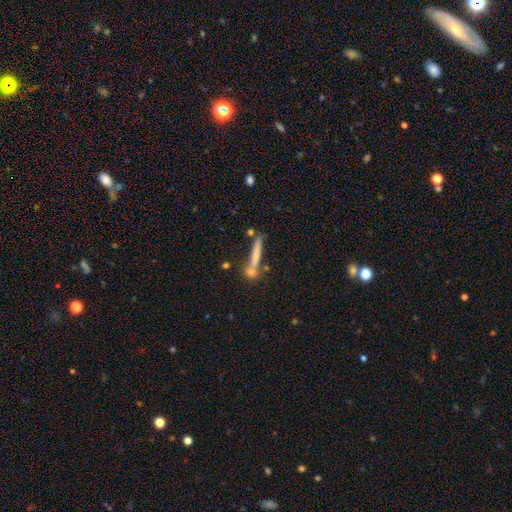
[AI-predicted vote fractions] This appears to be a smooth galaxy with no disk features (59%) that is cigar-shaped (92%). Merging: none (67%).